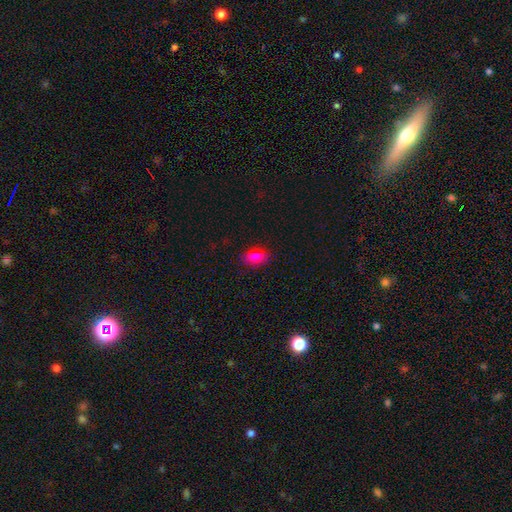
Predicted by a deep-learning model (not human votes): smooth_or_featured: smooth (p=0.80) [alt: star or artifact p=0.14]
how_rounded: in between (p=0.88) [alt: round p=0.08]
merging: none (p=0.83) [alt: minor disturbance p=0.13]